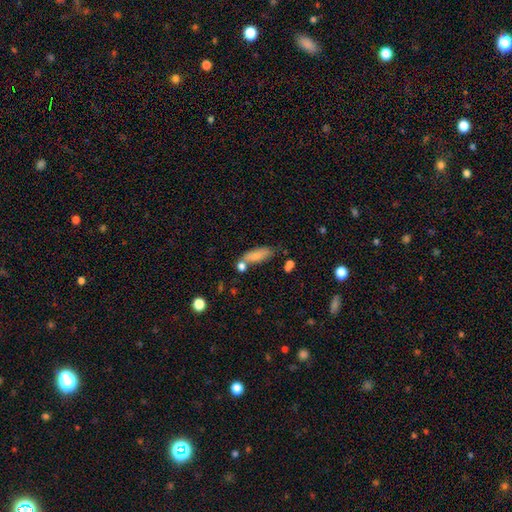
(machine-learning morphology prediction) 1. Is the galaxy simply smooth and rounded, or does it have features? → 79% smooth, 14% featured or disk, 8% star or artifact.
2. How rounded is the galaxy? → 62% in between, 35% cigar-shaped, 3% round.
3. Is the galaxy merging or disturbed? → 57% none, 19% minor disturbance, 19% merger, 6% major disturbance.